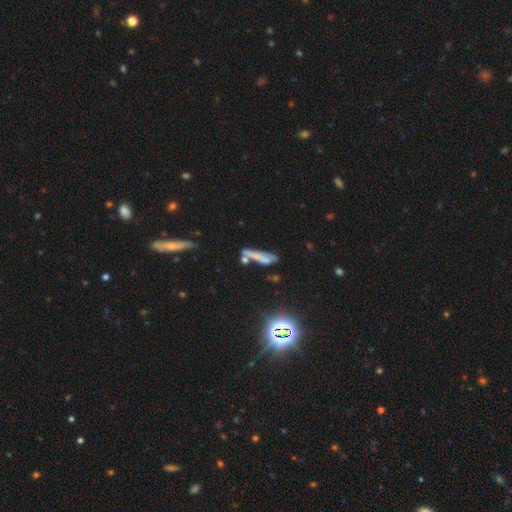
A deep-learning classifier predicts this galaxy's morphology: smooth_or_featured: smooth (p=0.54) [alt: featured or disk p=0.30]
how_rounded: cigar-shaped (p=0.78) [alt: in between p=0.19]
merging: none (p=0.37) [alt: merger p=0.28]